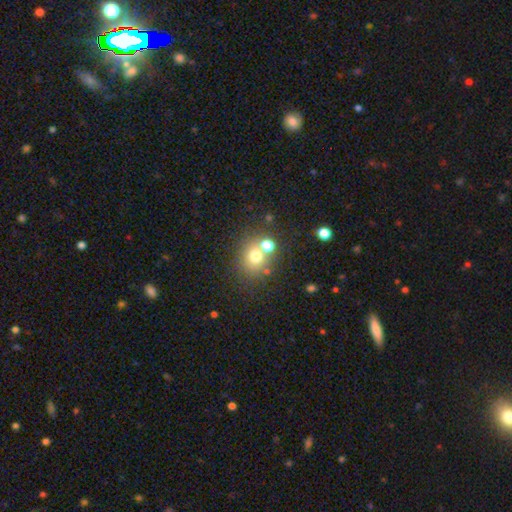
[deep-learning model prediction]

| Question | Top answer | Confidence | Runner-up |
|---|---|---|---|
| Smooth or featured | smooth | 70% | star or artifact (17%) |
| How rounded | round | 77% | in between (22%) |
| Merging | none | 61% | merger (26%) |